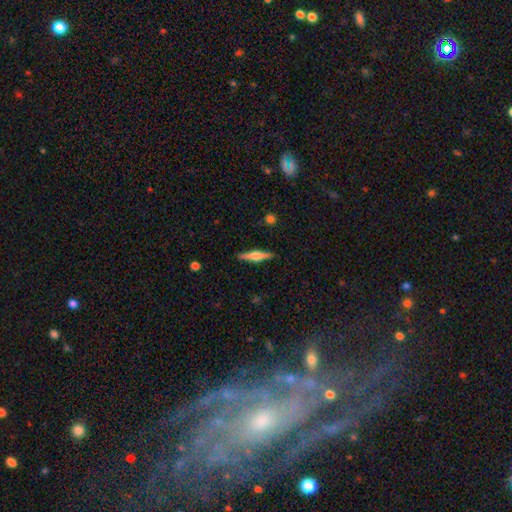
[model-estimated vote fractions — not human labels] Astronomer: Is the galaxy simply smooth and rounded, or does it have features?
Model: featured or disk — 60%.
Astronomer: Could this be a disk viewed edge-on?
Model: yes — 97%.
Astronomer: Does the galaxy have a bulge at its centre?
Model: rounded — 83%.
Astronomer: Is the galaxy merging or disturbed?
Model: none — 90%.